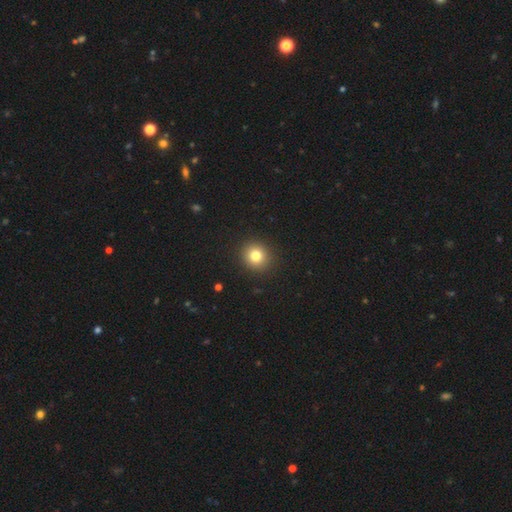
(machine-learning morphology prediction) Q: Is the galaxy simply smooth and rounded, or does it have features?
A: smooth — 80%.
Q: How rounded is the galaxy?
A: round — 90%.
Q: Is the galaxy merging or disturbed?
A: none — 92%.